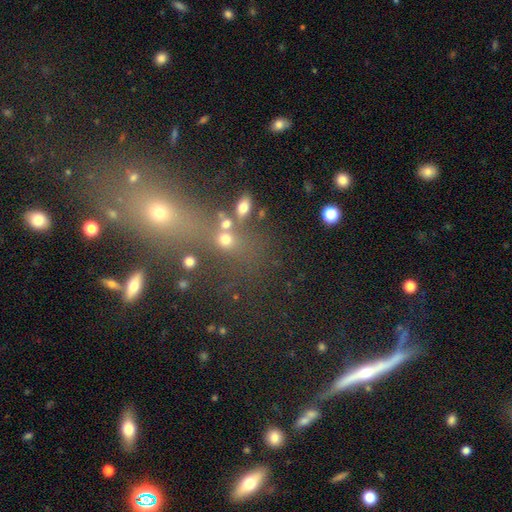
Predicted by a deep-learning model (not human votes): Overall: smooth (43%; star or artifact 37%). Merging: none (55%; merger 26%).